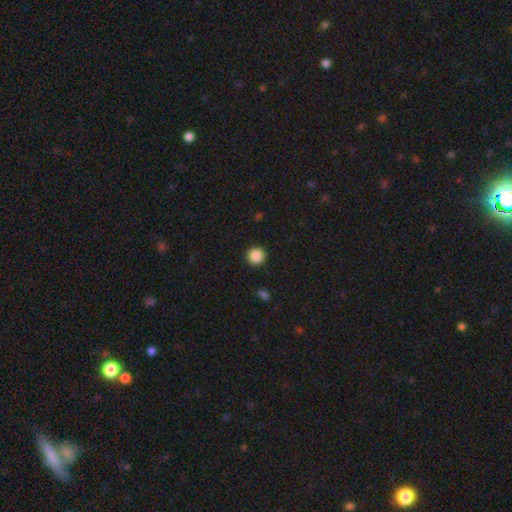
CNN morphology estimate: The model was most divided on "smooth or featured": smooth: 87%, star or artifact: 9%, featured or disk: 3%. More confident: how rounded — round (95%); merging — none (93%).